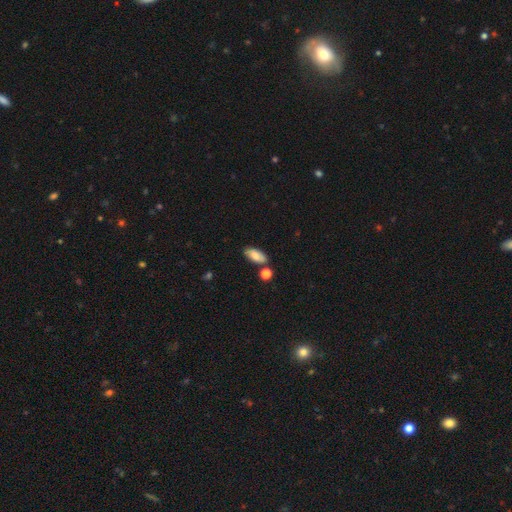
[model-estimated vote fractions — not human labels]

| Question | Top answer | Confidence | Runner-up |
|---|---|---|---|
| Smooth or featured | smooth | 81% | featured or disk (12%) |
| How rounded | in between | 87% | cigar-shaped (10%) |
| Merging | none | 76% | minor disturbance (12%) |